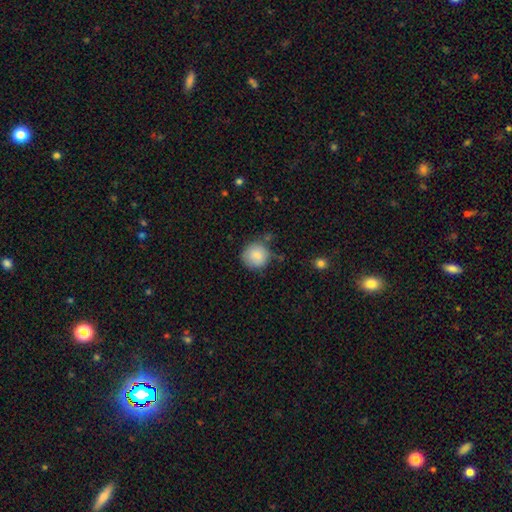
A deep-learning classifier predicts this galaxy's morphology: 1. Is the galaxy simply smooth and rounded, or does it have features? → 84% smooth, 8% featured or disk, 8% star or artifact.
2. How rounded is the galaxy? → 91% round, 8% in between, 1% cigar-shaped.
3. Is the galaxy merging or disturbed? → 73% none, 19% minor disturbance, 5% major disturbance, 4% merger.